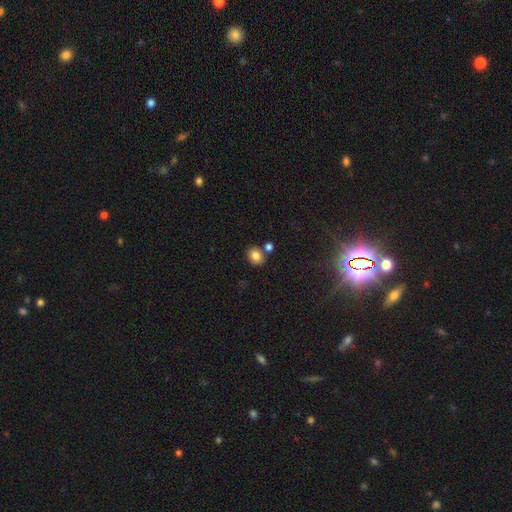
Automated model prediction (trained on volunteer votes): A smooth galaxy with no disk features (82%) that is round (57%).

Vote fractions:
- Smooth or featured? smooth: 82% / star or artifact: 11% / featured or disk: 7%
- How rounded? round: 57% / in between: 42% / cigar-shaped: 1%
- Merging? none: 72% / merger: 15% / minor disturbance: 10% / major disturbance: 3%